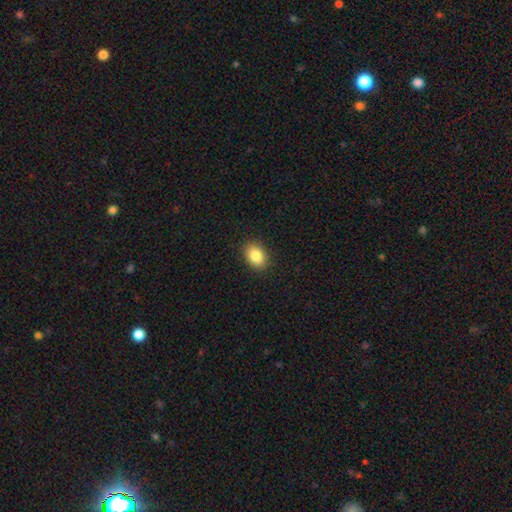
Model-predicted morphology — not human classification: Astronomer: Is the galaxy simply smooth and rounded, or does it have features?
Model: smooth — 86%.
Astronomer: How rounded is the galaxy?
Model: in between — 79%.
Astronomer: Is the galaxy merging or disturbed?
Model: none — 89%.